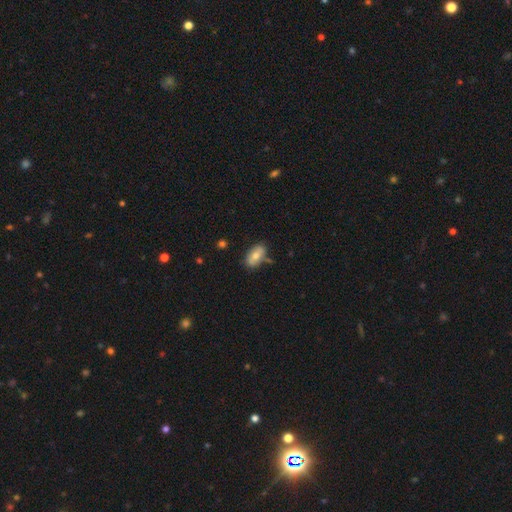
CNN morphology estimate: The model was most divided on "smooth or featured": smooth: 67%, featured or disk: 26%, star or artifact: 7%. More confident: how rounded — in between (91%); merging — none (72%).